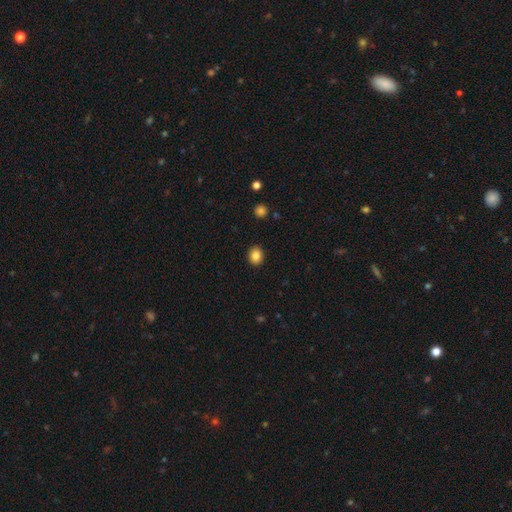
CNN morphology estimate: type=smooth (85%); roundness=round (60%); merging=none (91%).